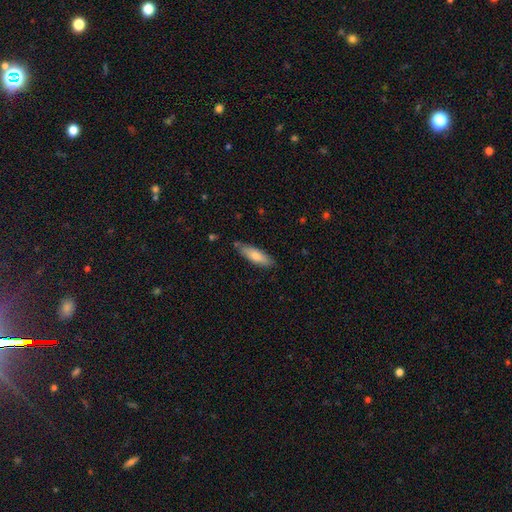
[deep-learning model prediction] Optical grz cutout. It shows a smooth galaxy with no disk features (76%) that is cigar-shaped (57%). Merging: none (80%).